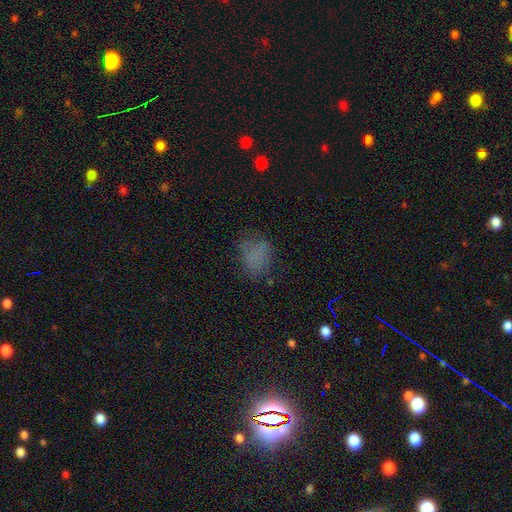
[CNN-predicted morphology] Smooth or featured?
  - smooth: 65% *
  - star or artifact: 19%
  - featured or disk: 16%
How rounded?
  - in between: 57% *
  - round: 41%
  - cigar-shaped: 2%
Merging?
  - none: 58% *
  - minor disturbance: 23%
  - major disturbance: 16%
  - merger: 3%